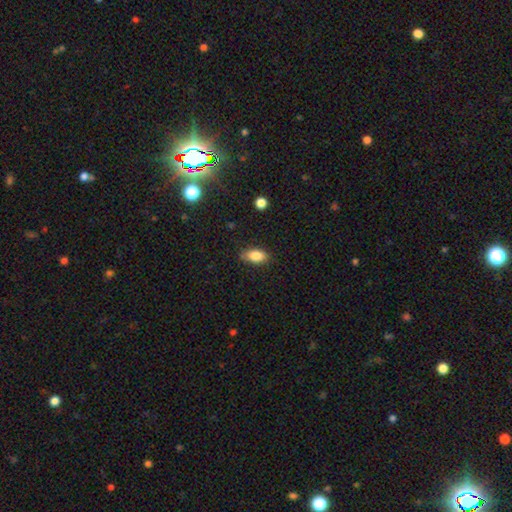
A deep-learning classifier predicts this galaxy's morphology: The model was most divided on "merging": none: 81%, minor disturbance: 15%, major disturbance: 3%, merger: 1%. More confident: how rounded — in between (88%); smooth or featured — smooth (84%).